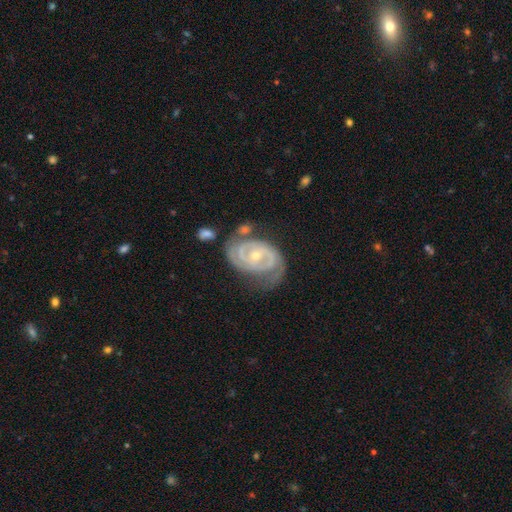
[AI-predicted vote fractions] A featured or disk galaxy (89%) with no bar (58%), 2 (72%) tight (66%) spiral arms (96%) and a small central bulge (55%). Merging: none (54%).